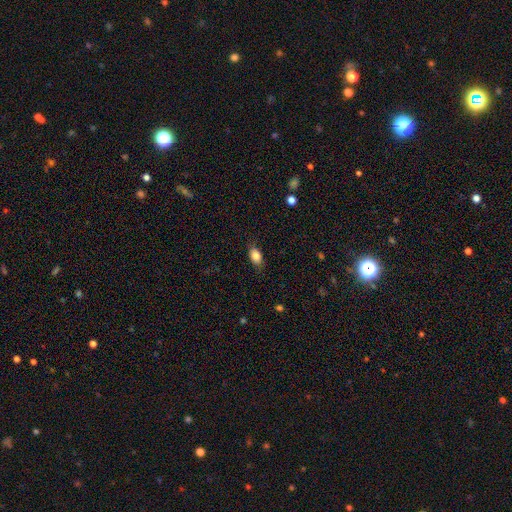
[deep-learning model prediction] smooth 84%, star or artifact 8%, featured or disk 8%. Down the decision tree: how rounded — in between (87%); merging — none (80%).